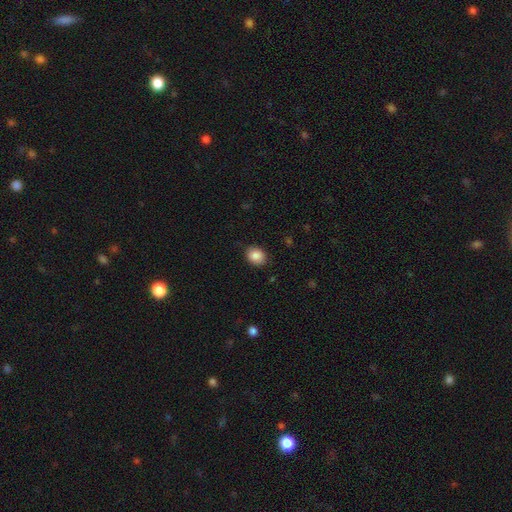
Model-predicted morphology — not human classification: The model was most divided on "how rounded": in between: 50%, round: 49%, cigar-shaped: 1%. More confident: smooth or featured — smooth (87%); merging — none (82%).